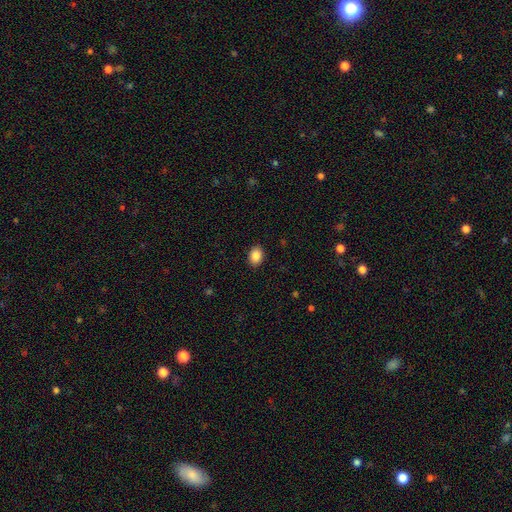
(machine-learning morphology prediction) smooth_or_featured: smooth (p=0.87) [alt: star or artifact p=0.08]
how_rounded: in between (p=0.72) [alt: round p=0.27]
merging: none (p=0.90) [alt: minor disturbance p=0.07]